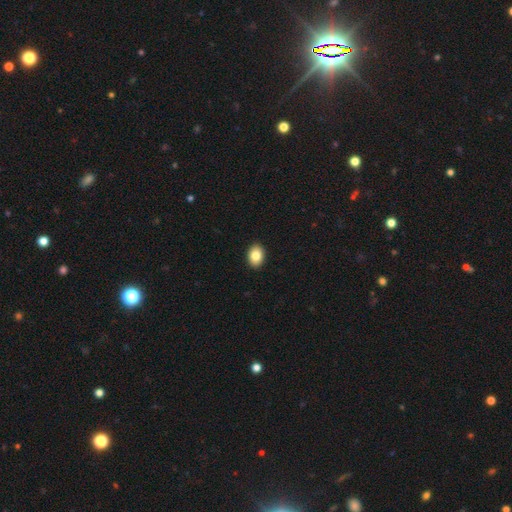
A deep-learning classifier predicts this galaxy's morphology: smooth_or_featured: smooth (p=0.84) [alt: featured or disk p=0.08]
how_rounded: in between (p=0.72) [alt: round p=0.27]
merging: none (p=0.92) [alt: minor disturbance p=0.06]